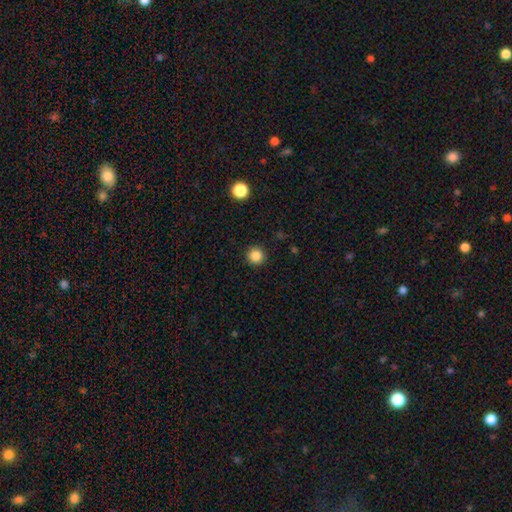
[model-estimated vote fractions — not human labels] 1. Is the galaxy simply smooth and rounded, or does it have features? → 85% smooth, 11% star or artifact, 4% featured or disk.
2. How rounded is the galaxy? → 95% round, 4% in between, 1% cigar-shaped.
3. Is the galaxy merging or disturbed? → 92% none, 5% minor disturbance, 2% major disturbance, 1% merger.